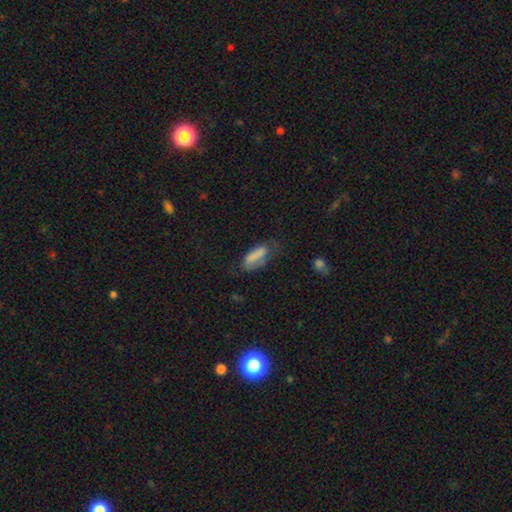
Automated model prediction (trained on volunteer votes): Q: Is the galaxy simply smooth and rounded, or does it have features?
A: smooth — 76%.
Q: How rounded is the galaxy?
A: in between — 73%.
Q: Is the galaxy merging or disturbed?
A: none — 43%.